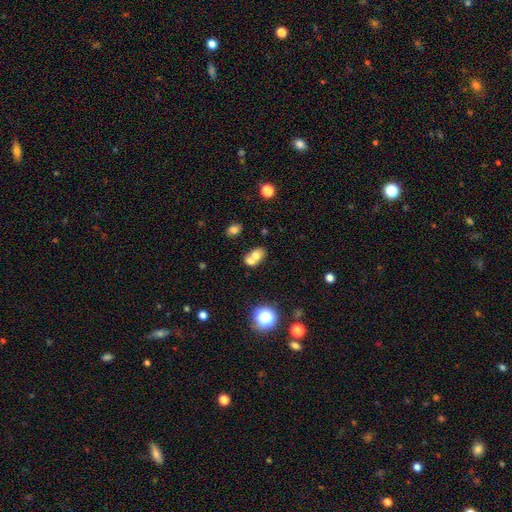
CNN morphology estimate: The model was most divided on "how rounded": in between: 60%, round: 39%, cigar-shaped: 1%. More confident: smooth or featured — smooth (68%); merging — merger (63%).